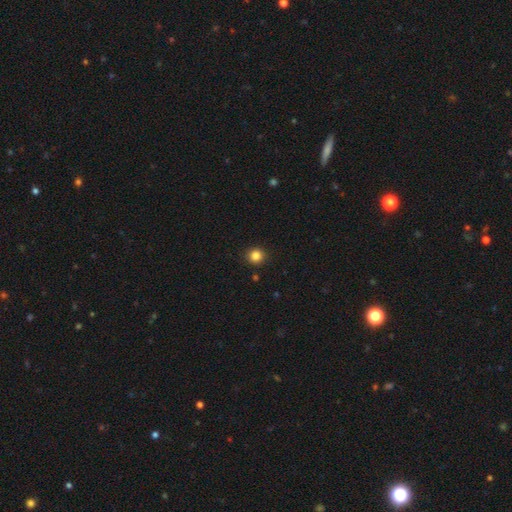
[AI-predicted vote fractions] The model was most divided on "smooth or featured": smooth: 85%, star or artifact: 11%, featured or disk: 4%. More confident: how rounded — round (93%); merging — none (92%).